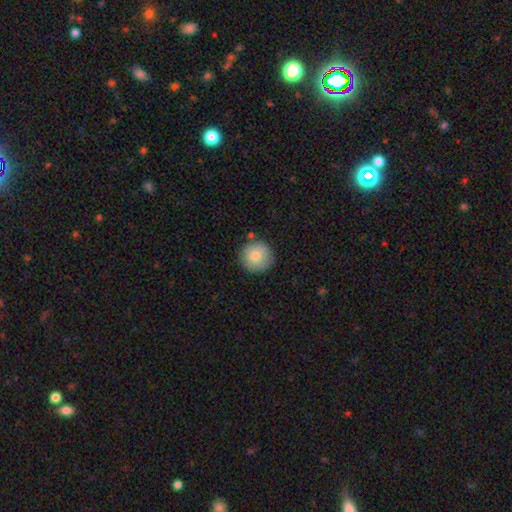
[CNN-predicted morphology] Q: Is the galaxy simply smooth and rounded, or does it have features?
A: smooth — 82%.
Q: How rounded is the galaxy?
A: round — 95%.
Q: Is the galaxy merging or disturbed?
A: none — 84%.